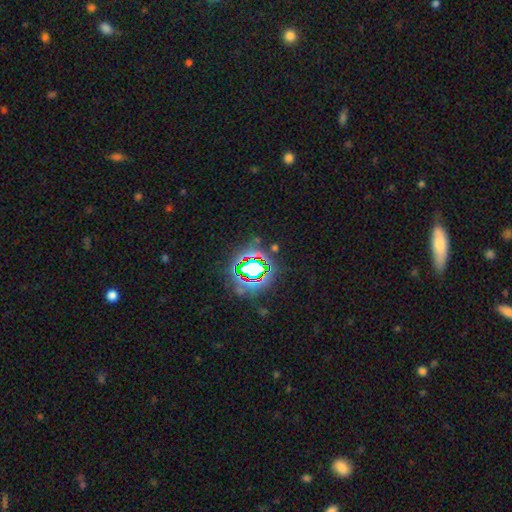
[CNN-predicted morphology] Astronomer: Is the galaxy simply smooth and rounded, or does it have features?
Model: star or artifact — 79%.